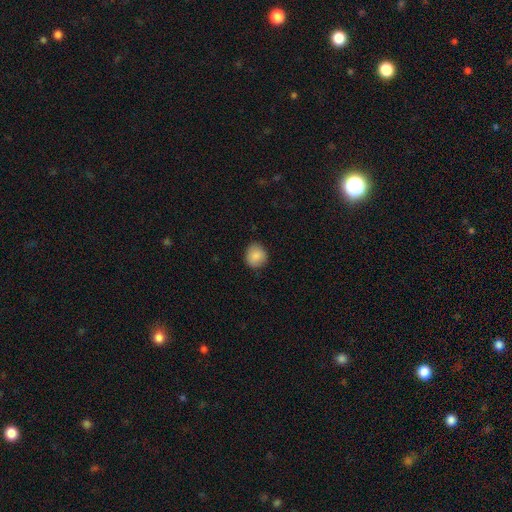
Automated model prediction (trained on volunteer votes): The model was most divided on "how rounded": round: 83%, in between: 16%, cigar-shaped: 1%. More confident: smooth or featured — smooth (88%); merging — none (85%).